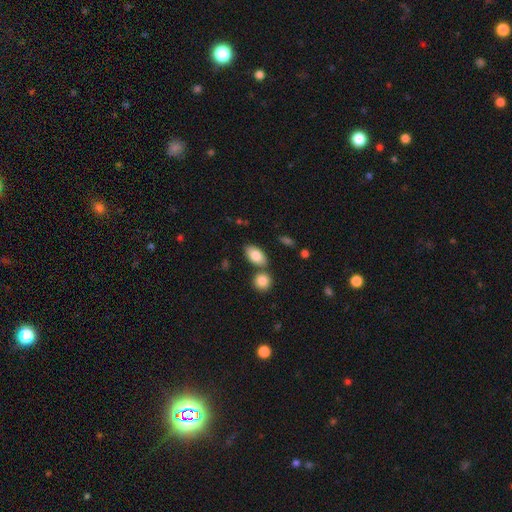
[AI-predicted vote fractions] Smooth or featured?
  - smooth: 84% *
  - featured or disk: 9%
  - star or artifact: 6%
How rounded?
  - in between: 92% *
  - round: 5%
  - cigar-shaped: 3%
Merging?
  - none: 67% *
  - merger: 20%
  - minor disturbance: 11%
  - major disturbance: 3%